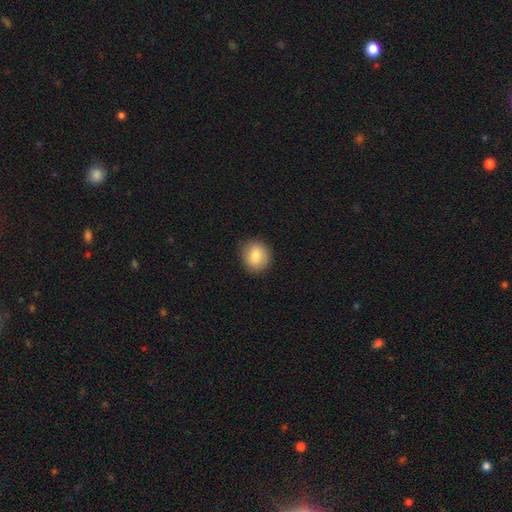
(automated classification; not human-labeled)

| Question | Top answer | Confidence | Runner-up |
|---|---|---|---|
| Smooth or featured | smooth | 82% | featured or disk (10%) |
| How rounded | round | 79% | in between (20%) |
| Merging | none | 87% | minor disturbance (10%) |